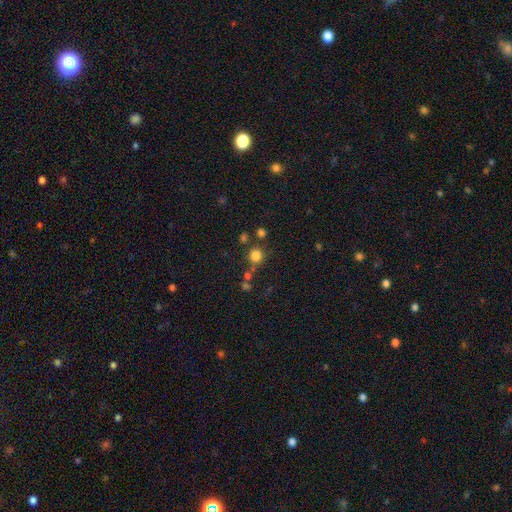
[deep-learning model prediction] Morphology: type=smooth (79%); roundness=round (91%); merging=none (74%).